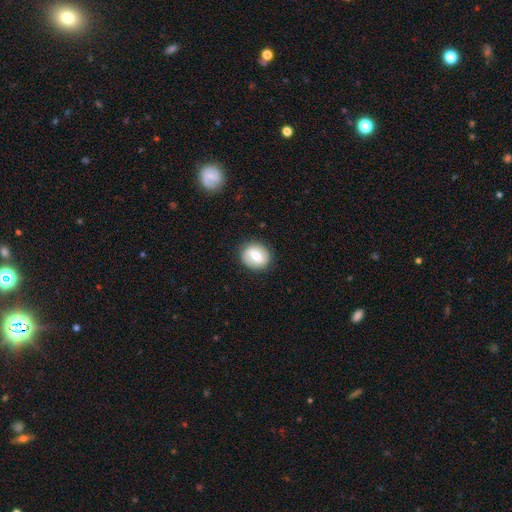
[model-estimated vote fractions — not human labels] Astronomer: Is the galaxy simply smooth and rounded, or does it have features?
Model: featured or disk — 47% (runner-up: smooth, 45%).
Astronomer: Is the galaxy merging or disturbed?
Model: none — 86%.